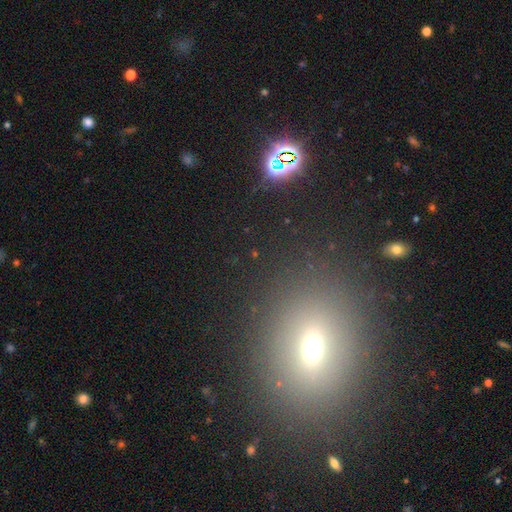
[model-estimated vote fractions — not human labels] Overall: smooth (50%; star or artifact 36%). How rounded: in between (50%; round 47%). Merging: none (87%).